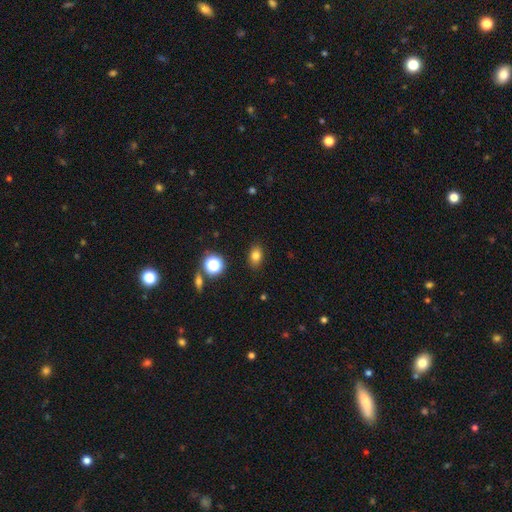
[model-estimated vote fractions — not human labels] Smooth or featured? Predicted: smooth (p=0.78). How rounded? Predicted: in between (p=0.76). Merging? Predicted: none (p=0.87).